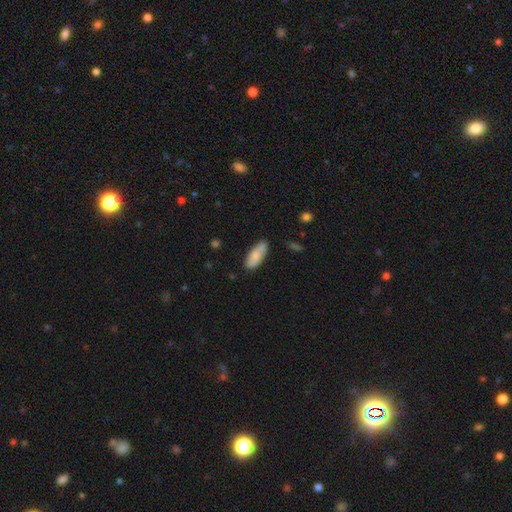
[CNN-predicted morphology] type=smooth (72%); roundness=in between (77%); merging=none (74%).